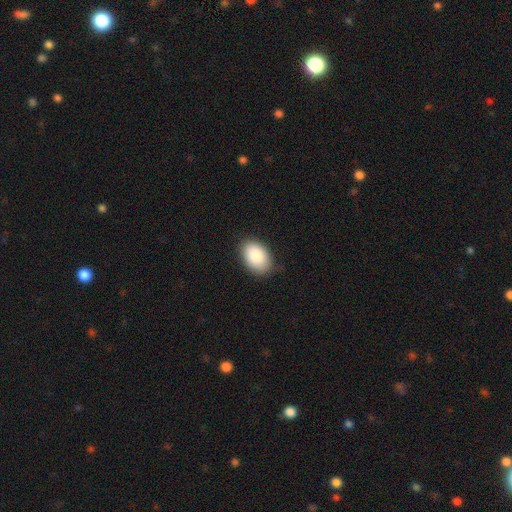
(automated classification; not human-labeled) This appears to be a smooth galaxy with no disk features (88%) that is in between round and cigar-shaped (89%). Merging: none (82%).